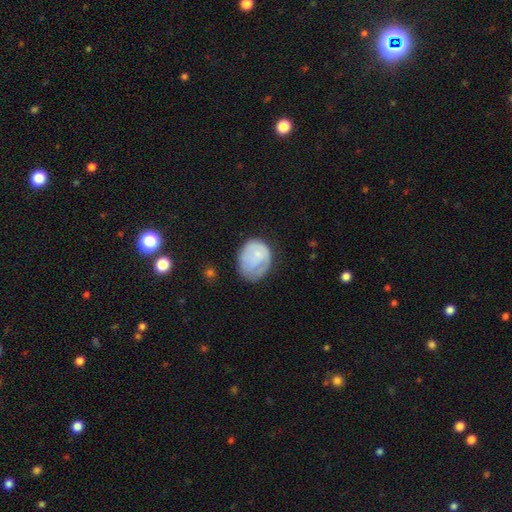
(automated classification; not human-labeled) Smooth or featured? Predicted: smooth (p=0.62). How rounded? Predicted: round (p=0.59). Merging? Predicted: none (p=0.45).